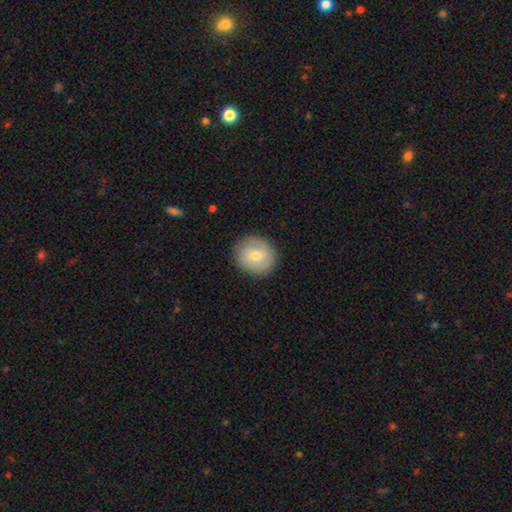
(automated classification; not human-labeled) Smooth or featured: smooth — 59% (featured or disk — 34%)
How rounded: round — 85% (in between — 14%)
Merging: none — 86% (minor disturbance — 10%)